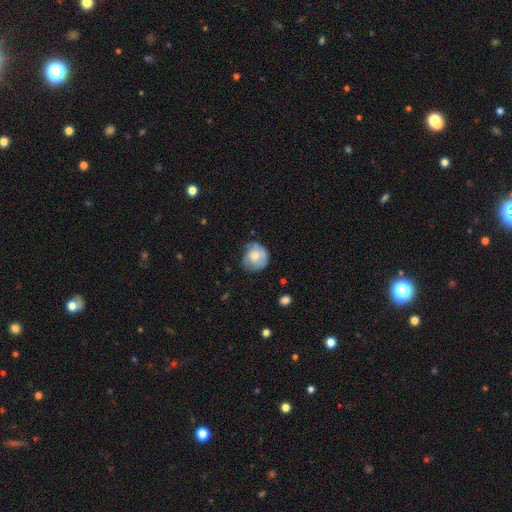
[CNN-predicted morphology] A smooth galaxy with no disk features (64%) that is round (84%).

Vote fractions:
- Smooth or featured? smooth: 64% / featured or disk: 29% / star or artifact: 7%
- How rounded? round: 84% / in between: 15% / cigar-shaped: 1%
- Merging? none: 57% / minor disturbance: 31% / major disturbance: 10% / merger: 2%